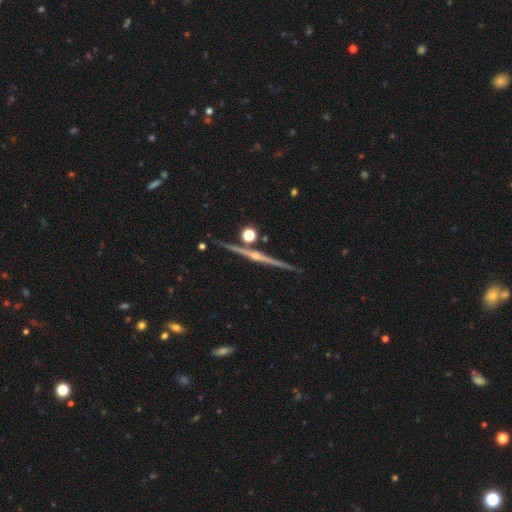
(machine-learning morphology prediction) Q: Smooth or featured?
A: featured or disk (85%); runner-up: smooth (8%)
Q: Edge-on disk?
A: yes (98%); runner-up: no (2%)
Q: Edge-on bulge?
A: rounded (79%); runner-up: none (15%)
Q: Merging?
A: none (90%); runner-up: minor disturbance (6%)